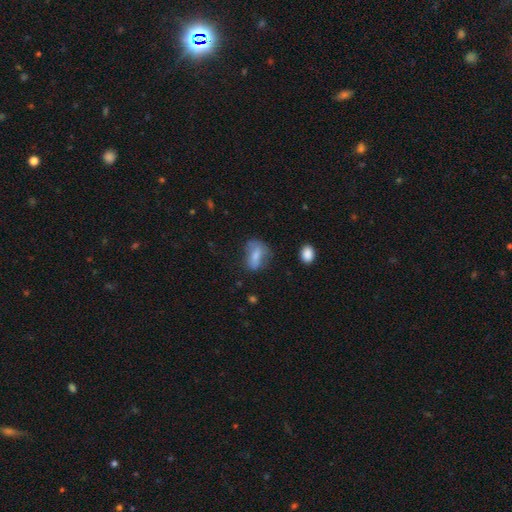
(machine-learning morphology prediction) Smooth or featured? smooth (70%)
How rounded? in between (80%)
Merging? none (47%)